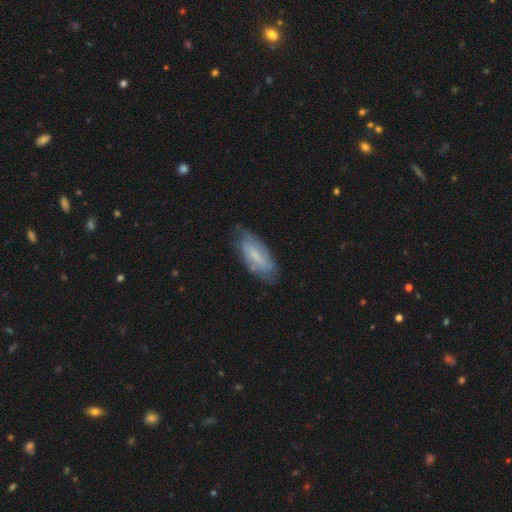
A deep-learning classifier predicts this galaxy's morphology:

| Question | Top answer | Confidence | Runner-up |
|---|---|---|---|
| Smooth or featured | featured or disk | 51% | smooth (42%) |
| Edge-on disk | no | 82% | yes (18%) |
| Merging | none | 69% | minor disturbance (23%) |